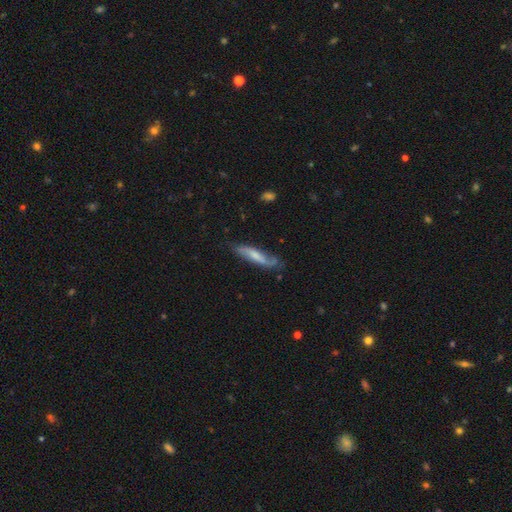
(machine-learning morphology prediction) Smooth or featured: featured or disk — 50% (smooth — 44%)
Merging: none — 60% (minor disturbance — 28%)